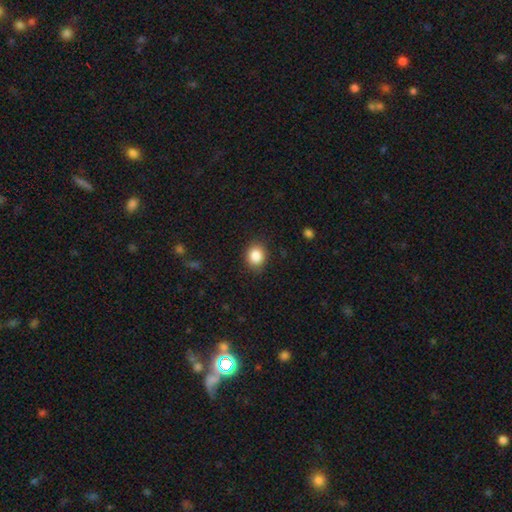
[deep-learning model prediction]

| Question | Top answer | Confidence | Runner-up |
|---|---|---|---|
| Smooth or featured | smooth | 87% | star or artifact (9%) |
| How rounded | round | 67% | in between (33%) |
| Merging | none | 86% | minor disturbance (10%) |